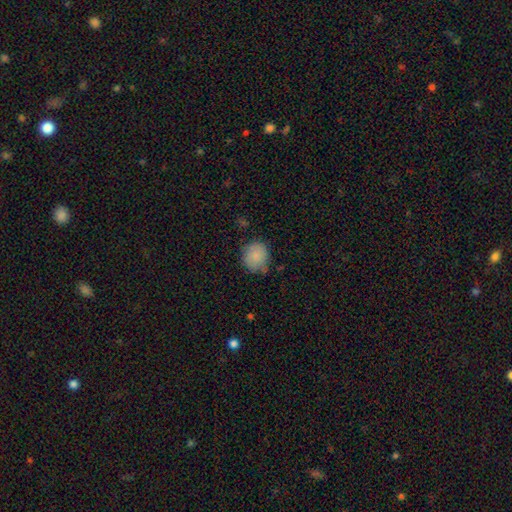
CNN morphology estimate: A smooth galaxy with no disk features (85%) that is round (83%). Merging: none (70%).